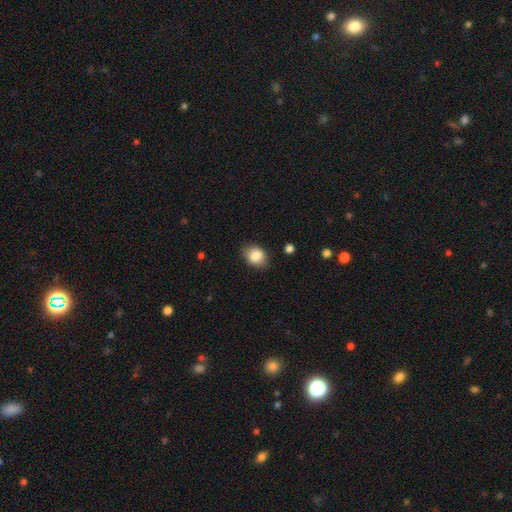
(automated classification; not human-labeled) A smooth galaxy with no disk features (84%) that is in between round and cigar-shaped (62%).

Vote fractions:
- Smooth or featured? smooth: 84% / star or artifact: 8% / featured or disk: 8%
- How rounded? in between: 62% / round: 37% / cigar-shaped: 1%
- Merging? none: 83% / minor disturbance: 13% / major disturbance: 3% / merger: 1%